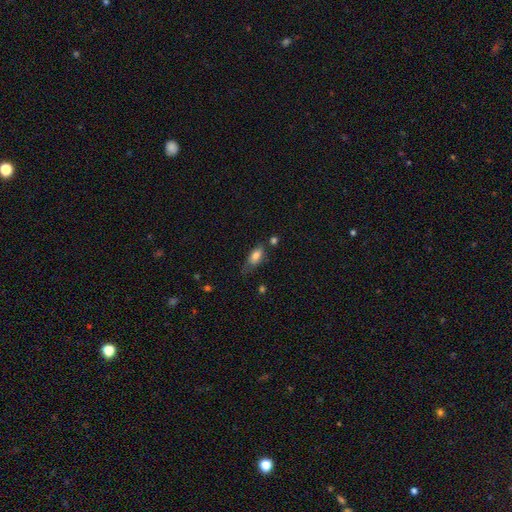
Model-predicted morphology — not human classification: smooth_or_featured: smooth (p=0.77) [alt: featured or disk p=0.14]
how_rounded: in between (p=0.82) [alt: cigar-shaped p=0.13]
merging: none (p=0.49) [alt: minor disturbance p=0.33]